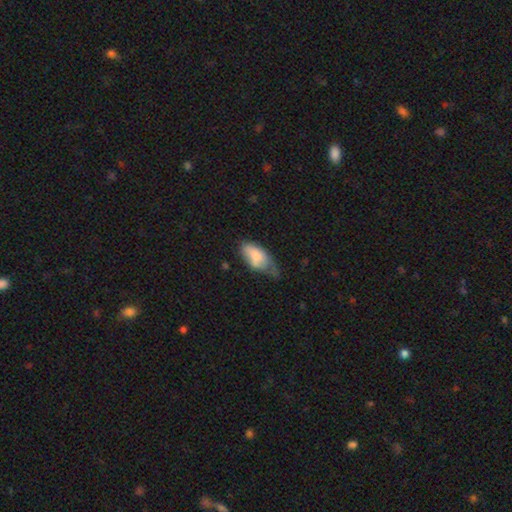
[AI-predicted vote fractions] Smooth or featured?
  - smooth: 71% *
  - featured or disk: 23%
  - star or artifact: 7%
How rounded?
  - in between: 92% *
  - cigar-shaped: 5%
  - round: 3%
Merging?
  - minor disturbance: 45% *
  - none: 28%
  - major disturbance: 22%
  - merger: 6%